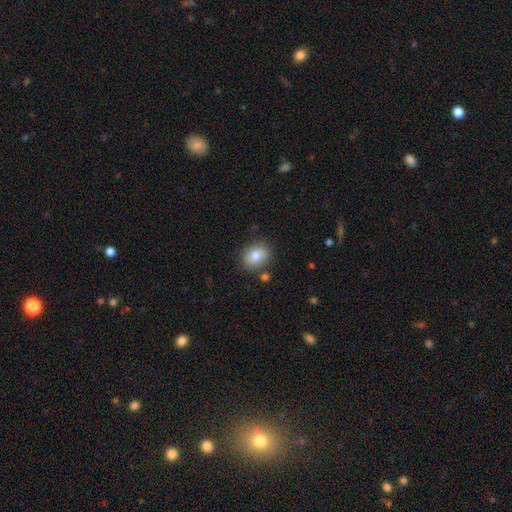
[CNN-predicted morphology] A smooth galaxy with no disk features (81%) that is in between round and cigar-shaped (59%).

Vote fractions:
- Smooth or featured? smooth: 81% / featured or disk: 10% / star or artifact: 8%
- How rounded? in between: 59% / round: 40% / cigar-shaped: 1%
- Merging? none: 81% / minor disturbance: 12% / merger: 4% / major disturbance: 3%